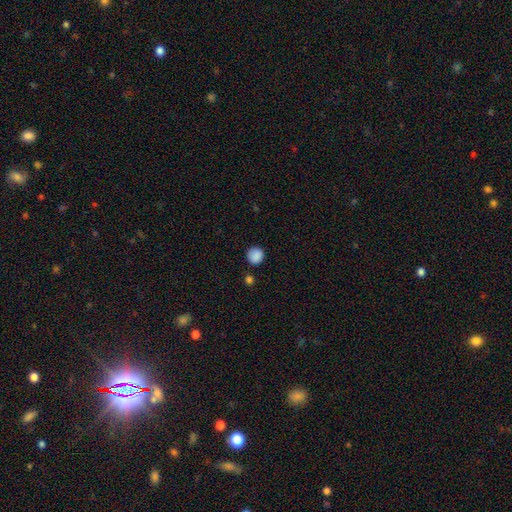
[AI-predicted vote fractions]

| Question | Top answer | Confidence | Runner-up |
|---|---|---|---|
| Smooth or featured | smooth | 87% | star or artifact (9%) |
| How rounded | round | 90% | in between (9%) |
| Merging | none | 81% | minor disturbance (12%) |